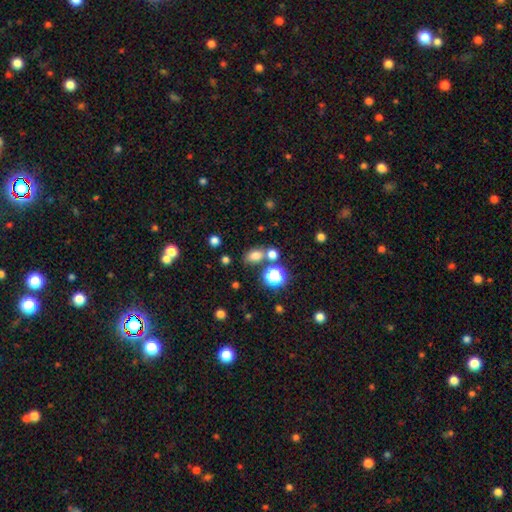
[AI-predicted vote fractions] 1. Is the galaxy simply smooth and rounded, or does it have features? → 73% smooth, 19% star or artifact, 7% featured or disk.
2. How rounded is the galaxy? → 65% in between, 33% round, 2% cigar-shaped.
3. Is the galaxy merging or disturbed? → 67% none, 17% merger, 11% minor disturbance, 4% major disturbance.